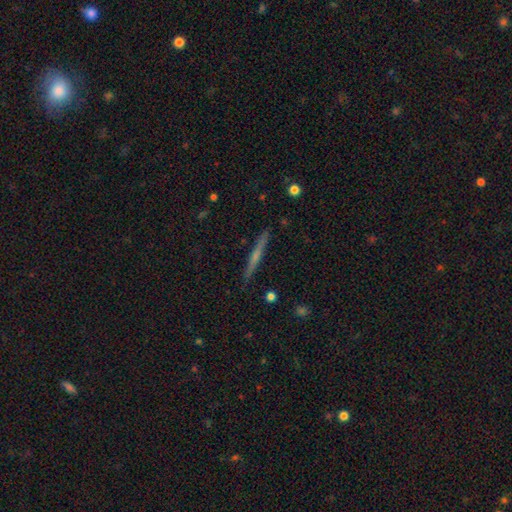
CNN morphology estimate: type=featured or disk (60%); edge-on=yes (97%); edge-on bulge=none (47%); merging=none (91%).